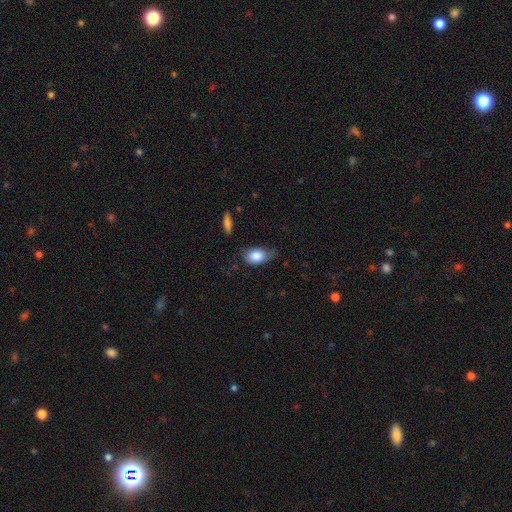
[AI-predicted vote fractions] smooth 82%, featured or disk 11%, star or artifact 7%. Down the decision tree: how rounded — in between (86%); merging — none (47%).